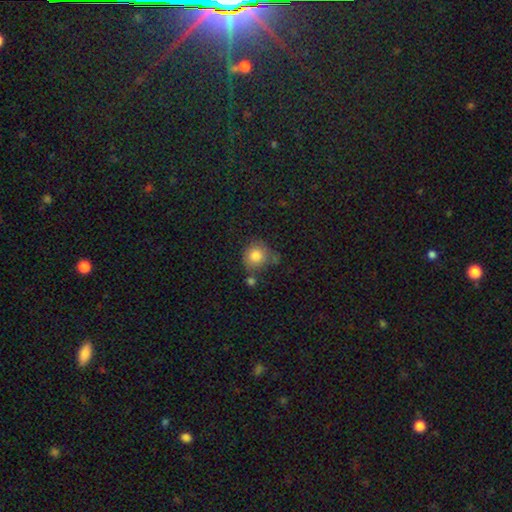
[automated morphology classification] smooth-or-featured: smooth: 82% | star or artifact: 10% | featured or disk: 8%
  how-rounded: round: 87% | in between: 13% | cigar-shaped: 1%
  merging: none: 62% | minor disturbance: 19% | merger: 12% | major disturbance: 6%